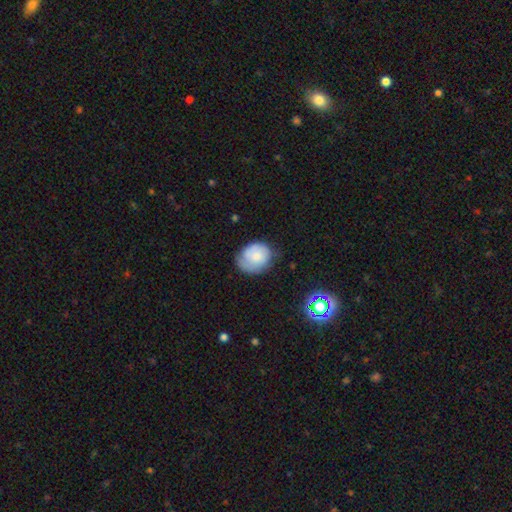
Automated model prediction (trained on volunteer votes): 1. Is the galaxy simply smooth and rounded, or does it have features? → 65% smooth, 27% featured or disk, 7% star or artifact.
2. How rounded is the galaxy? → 57% round, 42% in between, 1% cigar-shaped.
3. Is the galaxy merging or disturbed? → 55% none, 32% minor disturbance, 10% major disturbance, 2% merger.